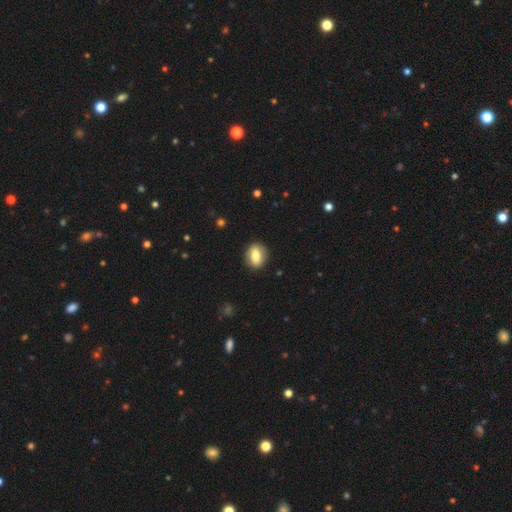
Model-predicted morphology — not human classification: Q: Smooth or featured?
A: smooth (79%); runner-up: featured or disk (14%)
Q: How rounded?
A: in between (66%); runner-up: round (32%)
Q: Merging?
A: none (87%); runner-up: minor disturbance (10%)